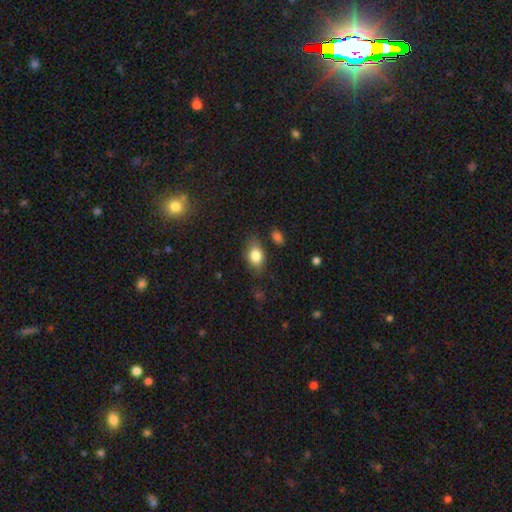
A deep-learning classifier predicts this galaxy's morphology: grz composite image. It shows a smooth galaxy with no disk features (82%) that is in between round and cigar-shaped (79%). Merging: none (75%).